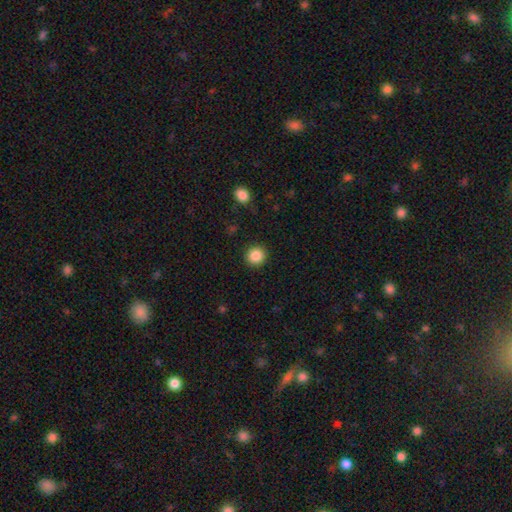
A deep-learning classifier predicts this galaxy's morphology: The model was most divided on "smooth or featured": smooth: 87%, star or artifact: 10%, featured or disk: 4%. More confident: how rounded — round (93%); merging — none (91%).